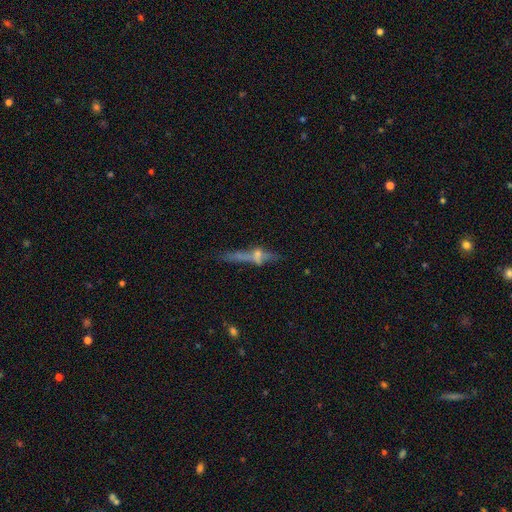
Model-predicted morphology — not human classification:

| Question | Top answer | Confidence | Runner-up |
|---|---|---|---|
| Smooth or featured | featured or disk | 53% | smooth (32%) |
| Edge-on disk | yes | 72% | no (28%) |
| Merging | none | 52% | minor disturbance (18%) |